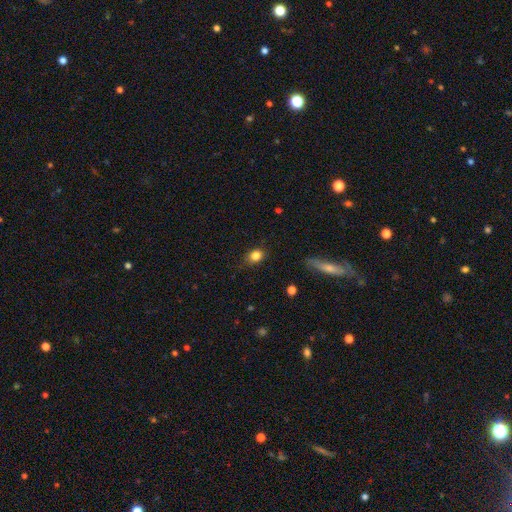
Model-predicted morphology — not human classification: Smooth or featured: smooth — 83% (star or artifact — 10%)
How rounded: round — 56% (in between — 43%)
Merging: none — 78% (minor disturbance — 17%)